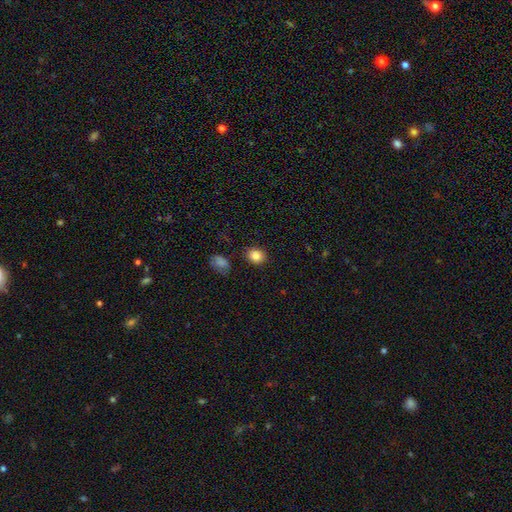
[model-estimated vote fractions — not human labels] This appears to be a smooth galaxy with no disk features (85%) that is round (60%). Merging: none (87%).